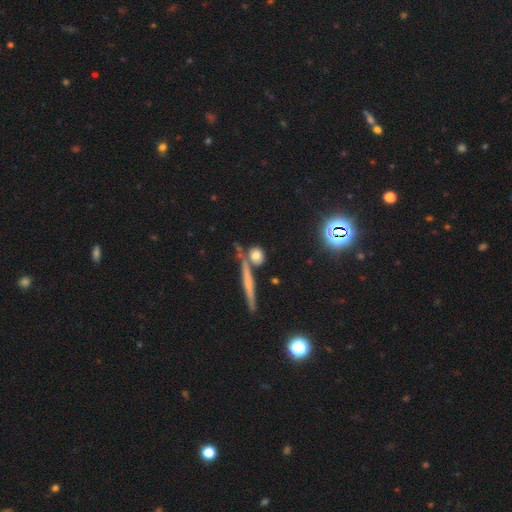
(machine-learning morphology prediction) Smooth or featured?
  - smooth: 69% *
  - featured or disk: 19%
  - star or artifact: 11%
How rounded?
  - round: 74% *
  - in between: 15%
  - cigar-shaped: 11%
Merging?
  - none: 68% *
  - merger: 15%
  - minor disturbance: 12%
  - major disturbance: 5%